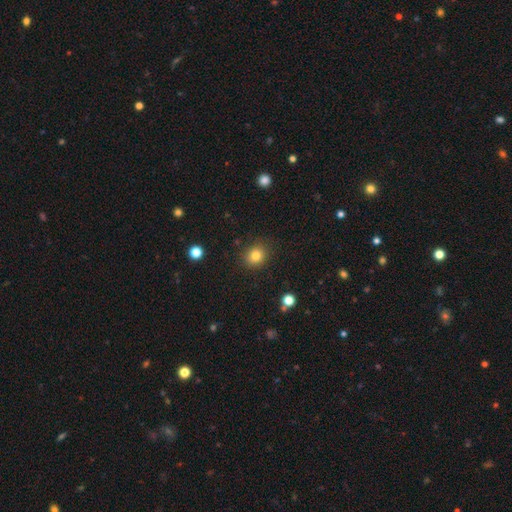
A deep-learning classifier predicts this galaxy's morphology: Smooth or featured? smooth (82%)
How rounded? round (75%)
Merging? none (87%)